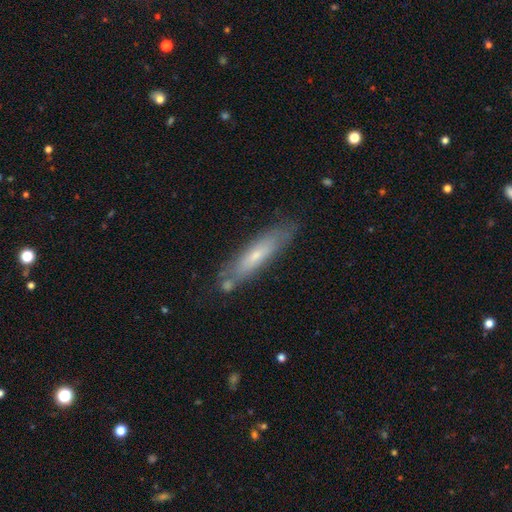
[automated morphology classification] The model was most divided on "smooth or featured": smooth: 50%, featured or disk: 43%, star or artifact: 7%. More confident: merging — none (75%).